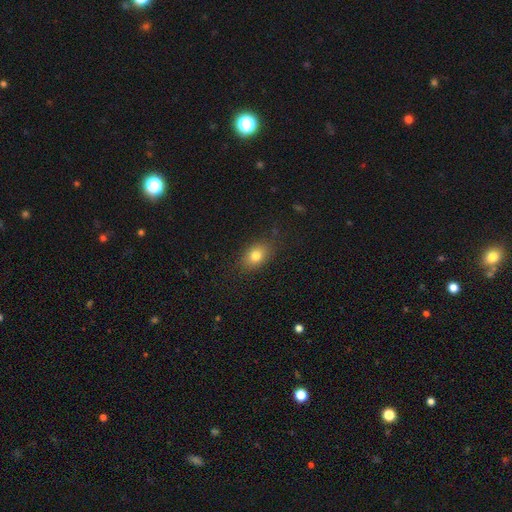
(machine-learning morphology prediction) Smooth or featured? smooth (79%)
How rounded? in between (75%)
Merging? none (83%)